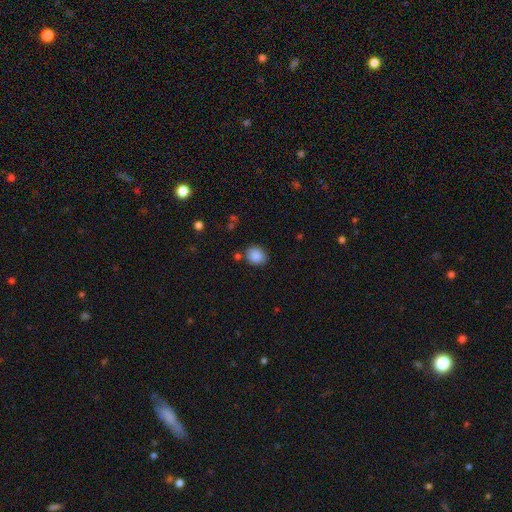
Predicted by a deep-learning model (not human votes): This appears to be a smooth galaxy with no disk features (88%) that is round (66%). Merging: none (80%).